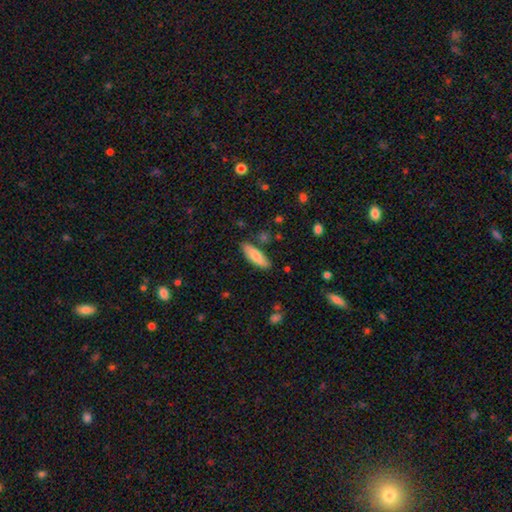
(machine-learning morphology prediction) A smooth galaxy with no disk features (75%) that is in between round and cigar-shaped (54%).

Vote fractions:
- Smooth or featured? smooth: 75% / featured or disk: 19% / star or artifact: 6%
- How rounded? in between: 54% / cigar-shaped: 44% / round: 2%
- Merging? none: 82% / minor disturbance: 13% / merger: 3% / major disturbance: 2%